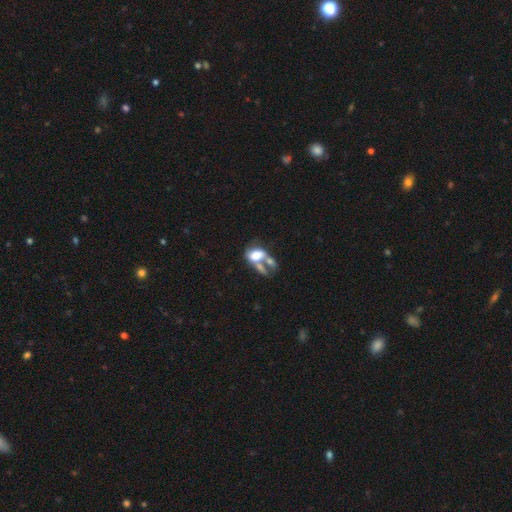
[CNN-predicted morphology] type=smooth (56%); roundness=in between (79%); merging=merger (62%).